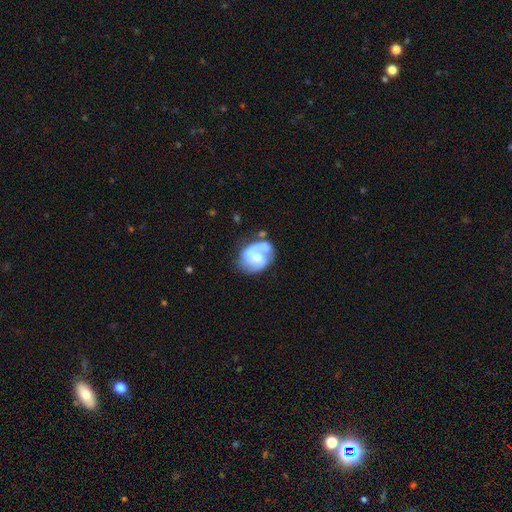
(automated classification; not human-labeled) The model was most divided on "spiral winding": medium: 42%, tight: 33%, loose: 24%. Remaining: edge-on disk — no (98%); spiral arms — yes (79%); smooth or featured — featured or disk (67%); bar — no (62%); spiral arm count — 2 (56%); merging — none (48%); bulge size — moderate (47%).